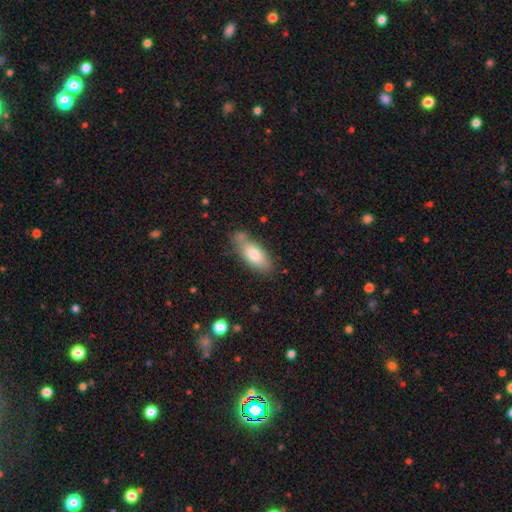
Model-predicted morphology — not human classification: Q: Smooth or featured?
A: smooth (76%); runner-up: featured or disk (17%)
Q: How rounded?
A: in between (79%); runner-up: cigar-shaped (18%)
Q: Merging?
A: none (64%); runner-up: minor disturbance (20%)